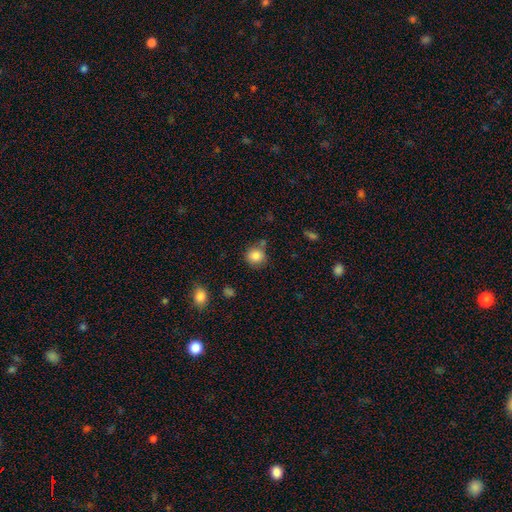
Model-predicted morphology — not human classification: smooth 84%, star or artifact 10%, featured or disk 6%. Down the decision tree: how rounded — round (88%); merging — none (71%).